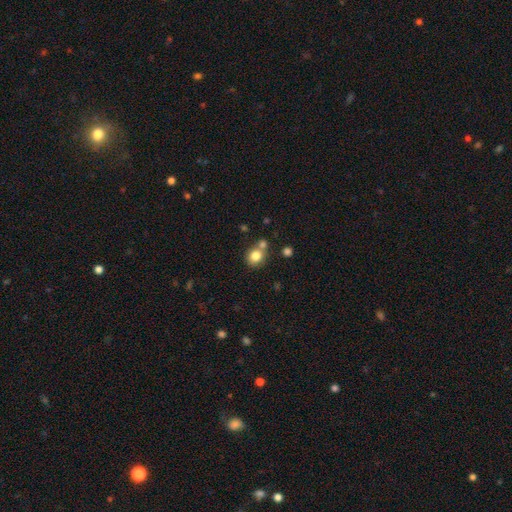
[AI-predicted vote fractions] smooth_or_featured: smooth (p=0.81) [alt: star or artifact p=0.10]
how_rounded: round (p=0.78) [alt: in between p=0.21]
merging: none (p=0.56) [alt: merger p=0.30]